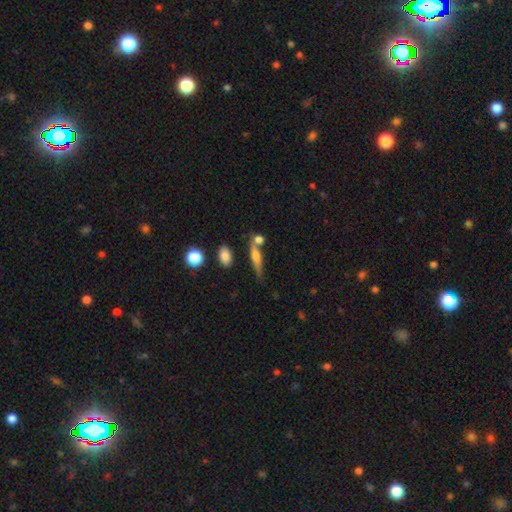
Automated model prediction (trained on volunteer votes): This appears to be a smooth galaxy with no disk features (52%) that is cigar-shaped (69%). Merging: none (58%).